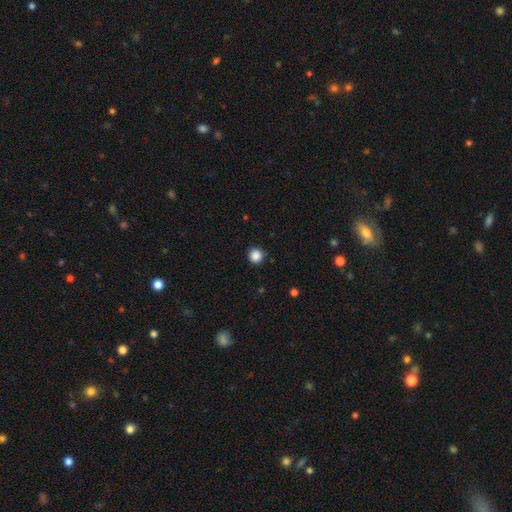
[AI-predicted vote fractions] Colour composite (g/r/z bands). It shows a smooth galaxy with no disk features (87%) that is round (94%). Merging: none (91%).